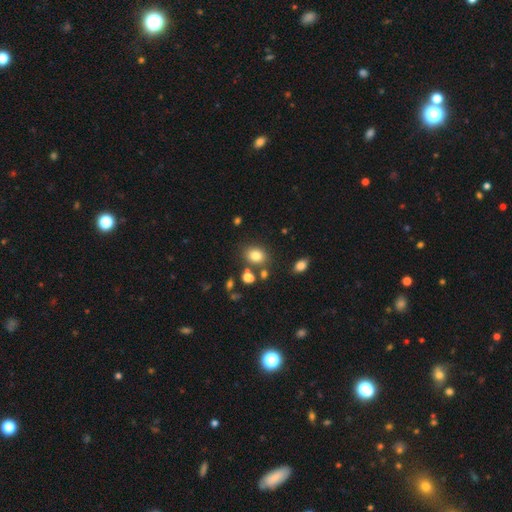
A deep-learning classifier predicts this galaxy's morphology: type=smooth (82%); roundness=in between (54%); merging=none (74%).